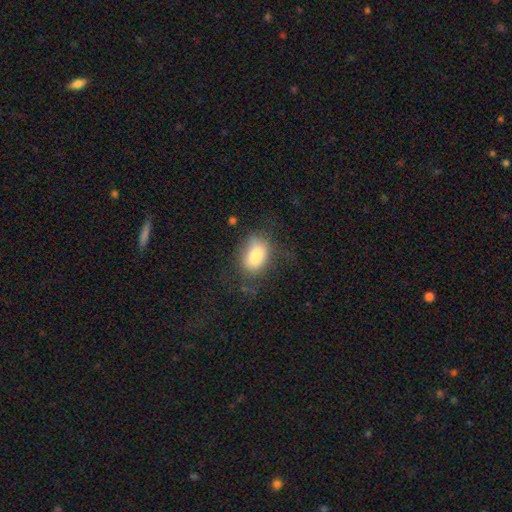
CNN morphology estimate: Smooth or featured? smooth (78%)
How rounded? in between (81%)
Merging? none (57%)